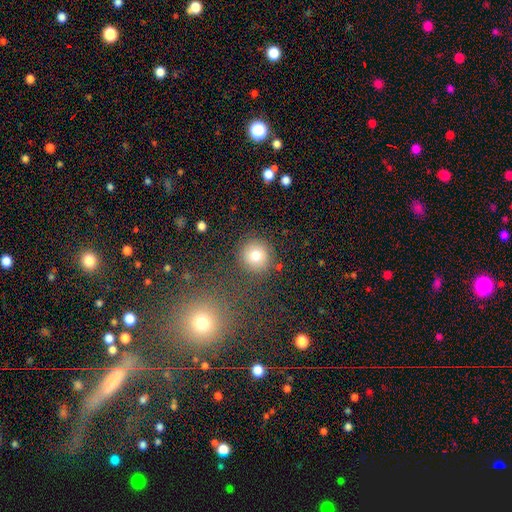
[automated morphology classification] type=smooth (79%); roundness=round (91%); merging=none (84%).